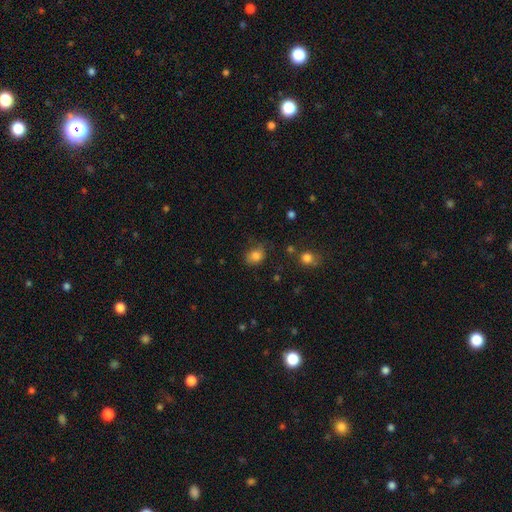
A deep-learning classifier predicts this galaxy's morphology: A smooth galaxy with no disk features (82%) that is round (52%).

Vote fractions:
- Smooth or featured? smooth: 82% / star or artifact: 11% / featured or disk: 6%
- How rounded? round: 52% / in between: 47% / cigar-shaped: 1%
- Merging? none: 68% / minor disturbance: 23% / major disturbance: 7% / merger: 3%